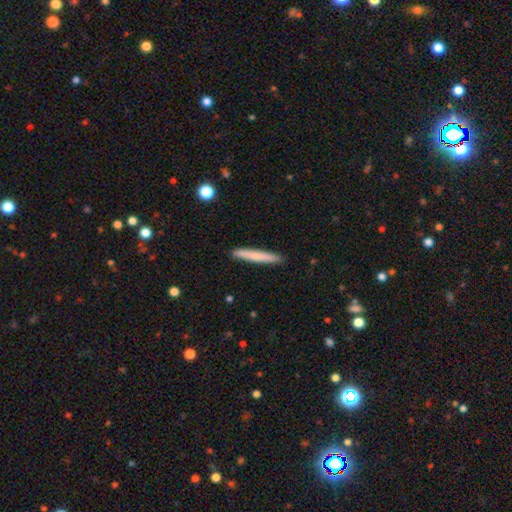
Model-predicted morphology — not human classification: A smooth galaxy with no disk features (74%) that is cigar-shaped (96%). Merging: none (91%).